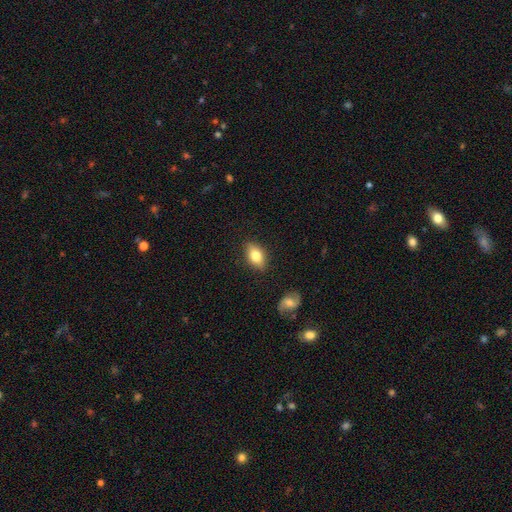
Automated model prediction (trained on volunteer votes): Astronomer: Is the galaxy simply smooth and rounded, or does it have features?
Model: smooth — 74%.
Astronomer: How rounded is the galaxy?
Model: in between — 86%.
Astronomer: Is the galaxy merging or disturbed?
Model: none — 84%.